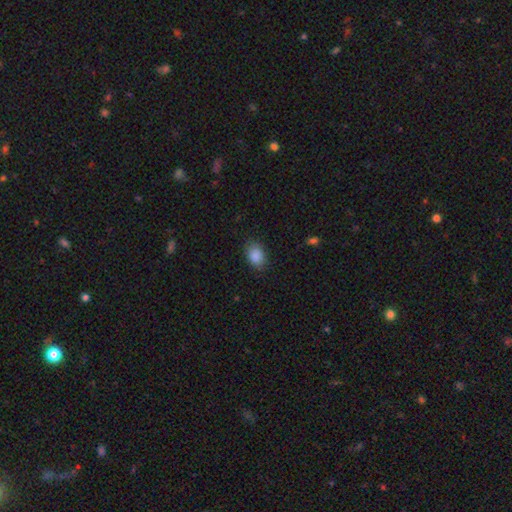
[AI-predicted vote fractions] This is clearly a smooth galaxy (88%). How rounded: likely in between (77%). Merging: clearly none (83%).